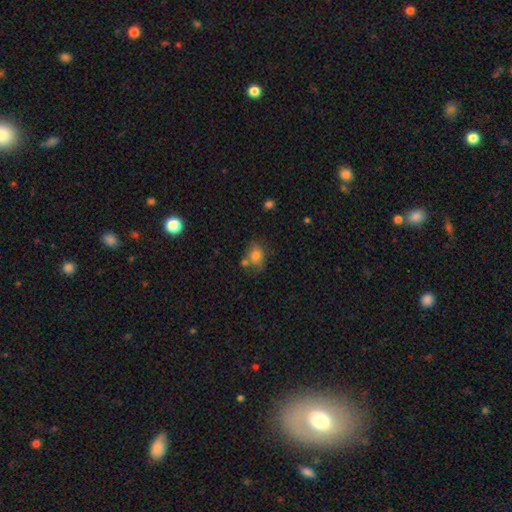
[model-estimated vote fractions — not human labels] A smooth galaxy with no disk features (76%) that is round (50%). Merging: none (51%).